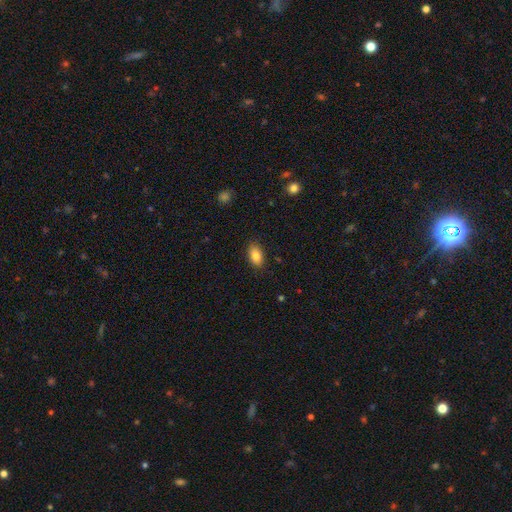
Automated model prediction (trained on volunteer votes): smooth 84%, star or artifact 8%, featured or disk 7%. Down the decision tree: how rounded — in between (91%); merging — none (86%).